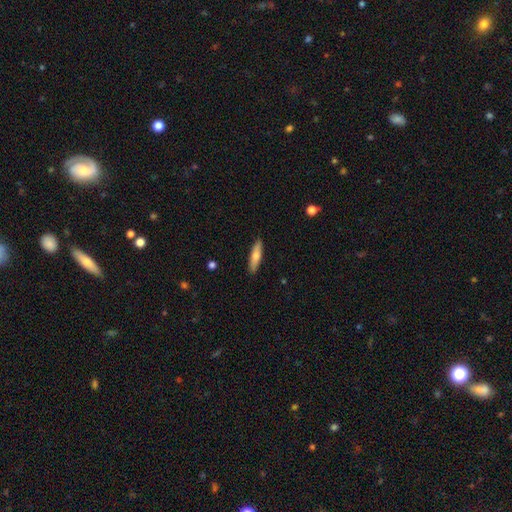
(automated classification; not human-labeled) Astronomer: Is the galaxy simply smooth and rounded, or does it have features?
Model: smooth — 68%.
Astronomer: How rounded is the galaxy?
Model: cigar-shaped — 73%.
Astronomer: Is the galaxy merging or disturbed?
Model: none — 90%.